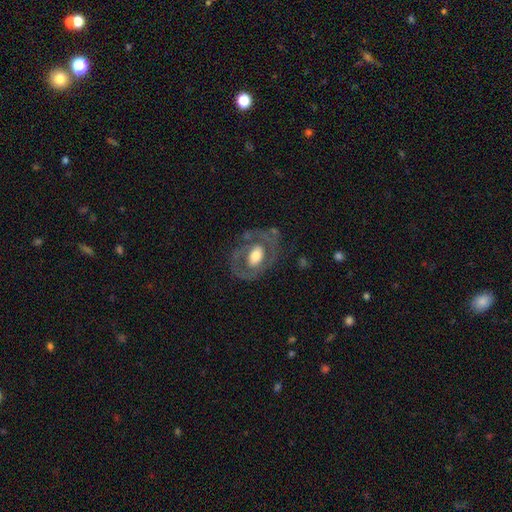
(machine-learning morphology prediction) Smooth or featured?
  - featured or disk: 63% *
  - smooth: 32%
  - star or artifact: 6%
Edge-on disk?
  - no: 94% *
  - yes: 6%
Bar?
  - no: 65% *
  - weak: 25%
  - strong: 10%
Spiral arms?
  - no: 61% *
  - yes: 39%
Bulge size?
  - moderate: 50% *
  - large: 39%
  - small: 7%
  - dominant: 3%
  - none: 1%
Merging?
  - none: 64% *
  - minor disturbance: 19%
  - major disturbance: 14%
  - merger: 2%